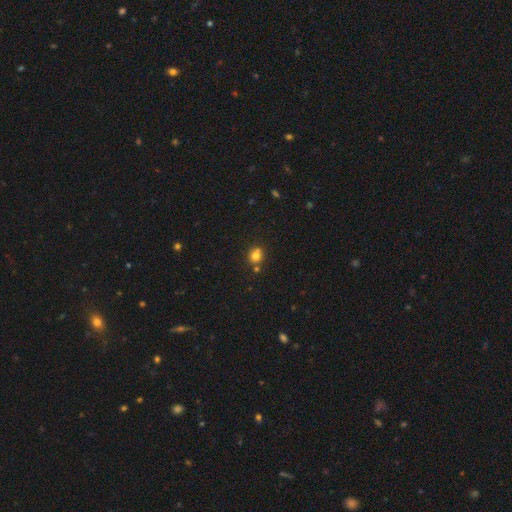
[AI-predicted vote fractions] A smooth galaxy with no disk features (79%) that is round (73%). Merging: none (68%).